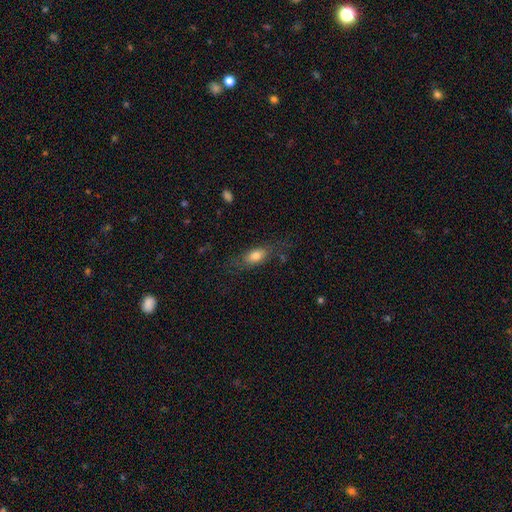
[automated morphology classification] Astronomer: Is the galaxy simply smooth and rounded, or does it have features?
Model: smooth — 72%.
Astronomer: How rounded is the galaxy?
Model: in between — 77%.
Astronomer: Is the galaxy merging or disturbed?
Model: none — 67%.